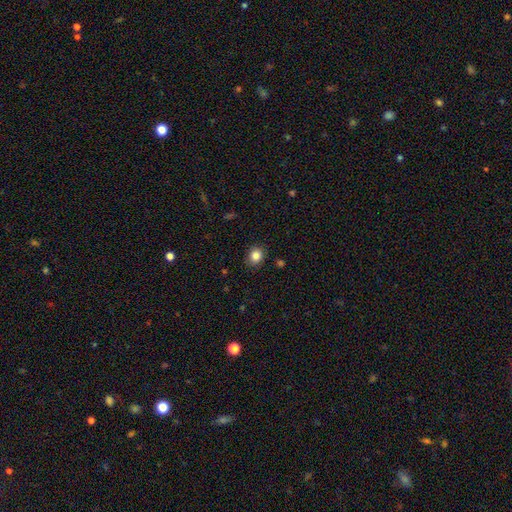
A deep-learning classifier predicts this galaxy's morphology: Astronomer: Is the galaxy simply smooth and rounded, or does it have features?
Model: smooth — 85%.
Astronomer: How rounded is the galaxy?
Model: round — 71%.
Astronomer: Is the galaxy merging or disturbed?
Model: none — 88%.